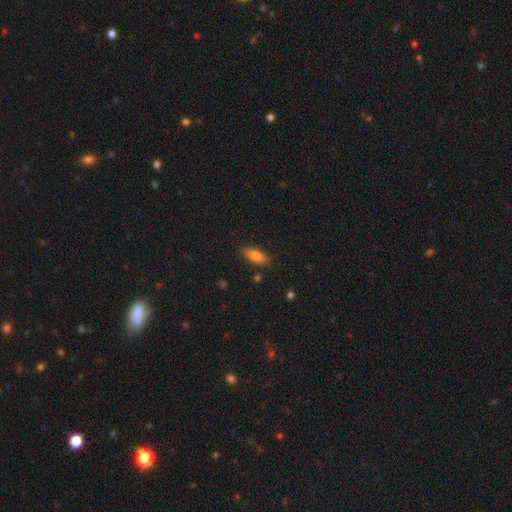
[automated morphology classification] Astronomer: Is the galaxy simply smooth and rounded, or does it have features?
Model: smooth — 78%.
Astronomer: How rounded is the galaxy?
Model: in between — 77%.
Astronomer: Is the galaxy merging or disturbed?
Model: none — 85%.